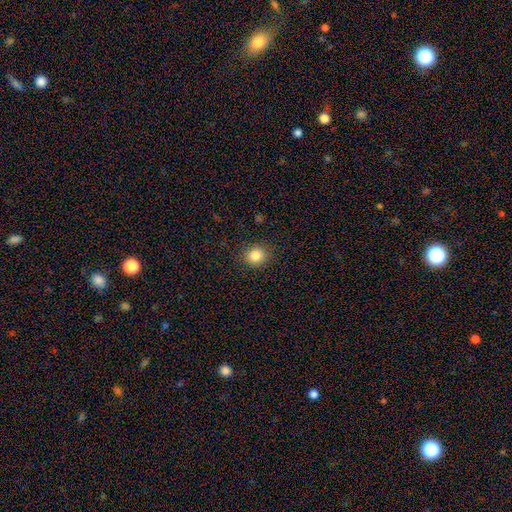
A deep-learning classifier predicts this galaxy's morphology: Q: Smooth or featured?
A: smooth (84%); runner-up: star or artifact (11%)
Q: How rounded?
A: round (81%); runner-up: in between (18%)
Q: Merging?
A: none (88%); runner-up: minor disturbance (8%)